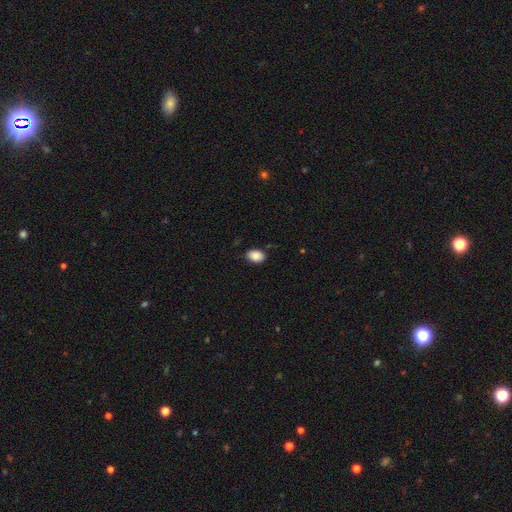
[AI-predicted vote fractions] smooth 88%, star or artifact 8%, featured or disk 4%. Down the decision tree: how rounded — in between (83%); merging — none (84%).